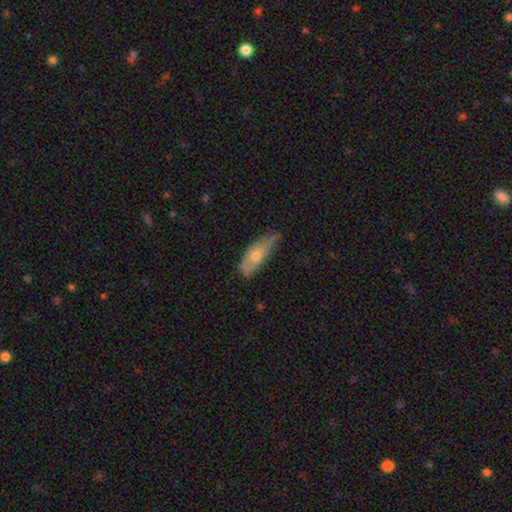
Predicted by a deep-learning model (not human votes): smooth-or-featured: smooth: 59% | featured or disk: 35% | star or artifact: 7%
  how-rounded: in between: 70% | cigar-shaped: 27% | round: 3%
  merging: minor disturbance: 44% | none: 41% | major disturbance: 12% | merger: 2%